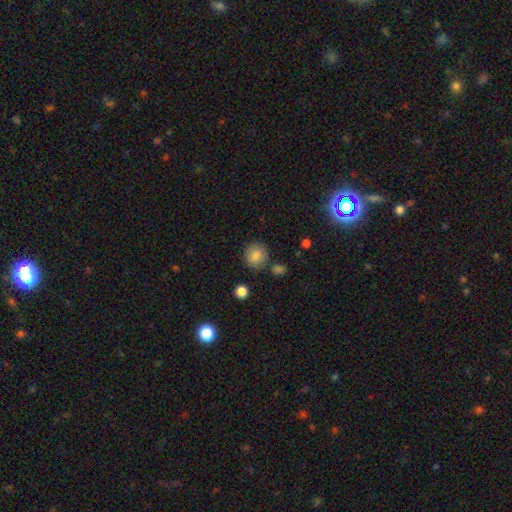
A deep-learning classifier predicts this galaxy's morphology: This is clearly a smooth galaxy (84%). How rounded: clearly round (84%). Merging: likely none (80%).